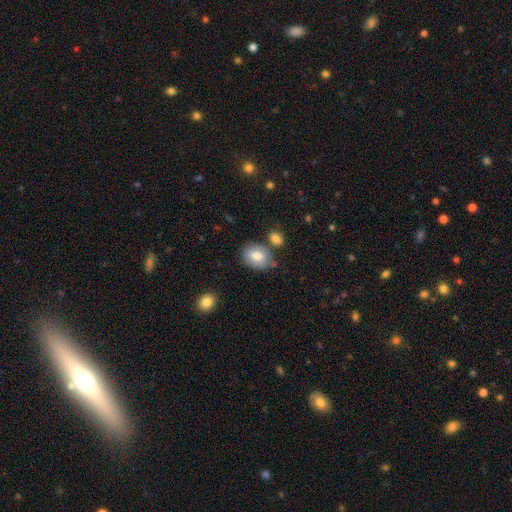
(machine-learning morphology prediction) A smooth galaxy with no disk features (75%) that is in between round and cigar-shaped (64%).

Vote fractions:
- Smooth or featured? smooth: 75% / featured or disk: 18% / star or artifact: 8%
- How rounded? in between: 64% / round: 35% / cigar-shaped: 1%
- Merging? none: 65% / minor disturbance: 18% / merger: 13% / major disturbance: 4%